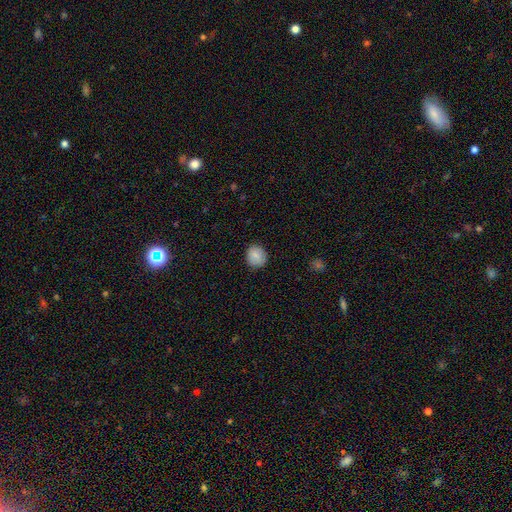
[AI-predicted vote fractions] Q: Smooth or featured?
A: smooth (83%); runner-up: featured or disk (10%)
Q: How rounded?
A: round (79%); runner-up: in between (20%)
Q: Merging?
A: none (85%); runner-up: minor disturbance (12%)